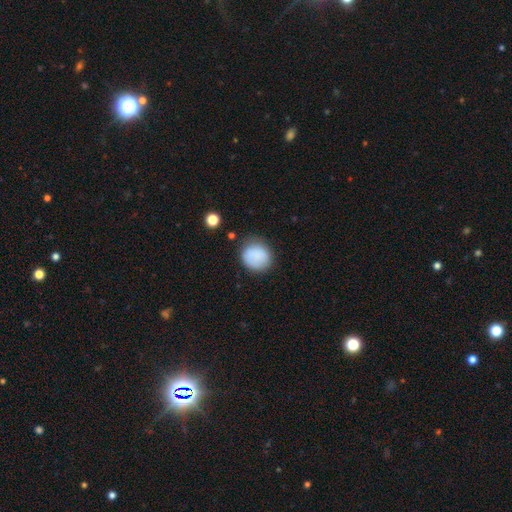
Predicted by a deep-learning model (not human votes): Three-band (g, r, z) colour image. It shows a smooth galaxy with no disk features (86%) that is round (83%). Merging: none (74%).